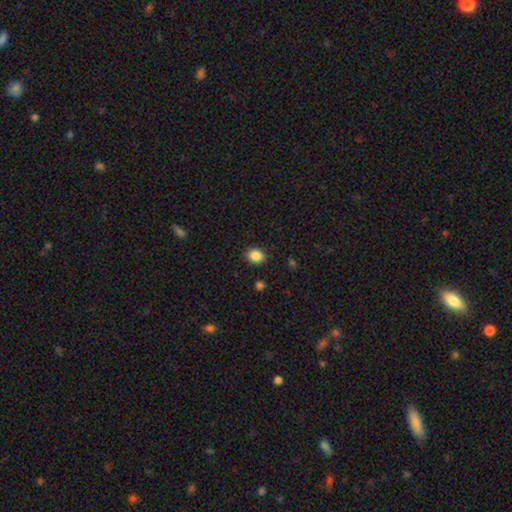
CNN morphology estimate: Smooth or featured? Predicted: smooth (p=0.87). How rounded? Predicted: in between (p=0.52). Merging? Predicted: none (p=0.90).